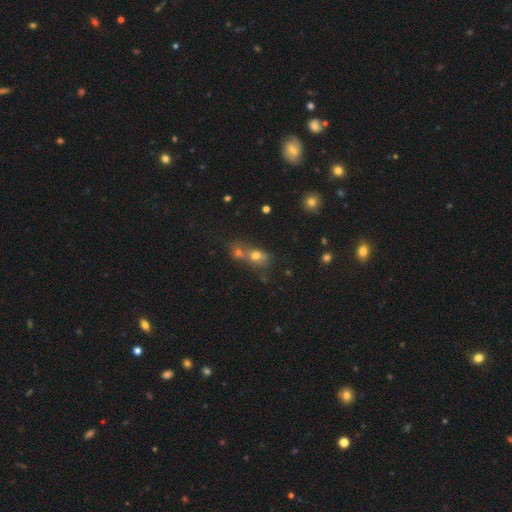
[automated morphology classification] A smooth galaxy with no disk features (67%) that is round (53%). Merging: merger (65%).